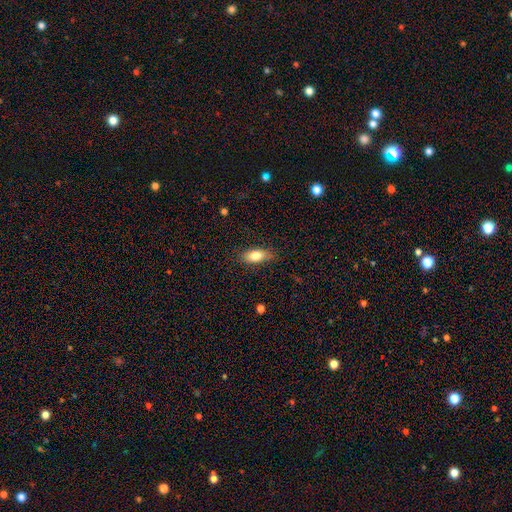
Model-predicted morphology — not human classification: This appears to be a smooth galaxy with no disk features (79%) that is in between round and cigar-shaped (82%). Merging: none (81%).